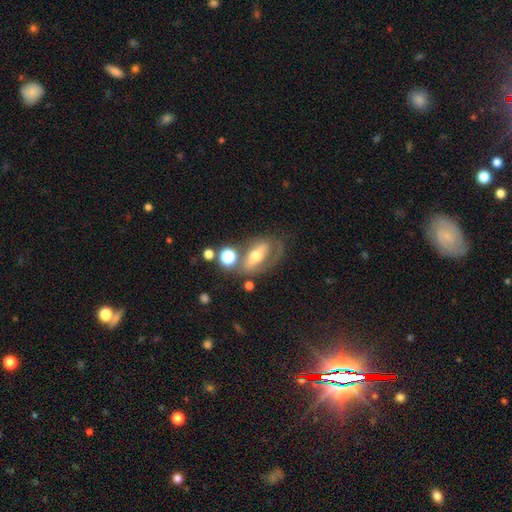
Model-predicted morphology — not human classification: Smooth or featured? Predicted: featured or disk (p=0.60). Edge-on disk? Predicted: no (p=0.80). Merging? Predicted: none (p=0.51).